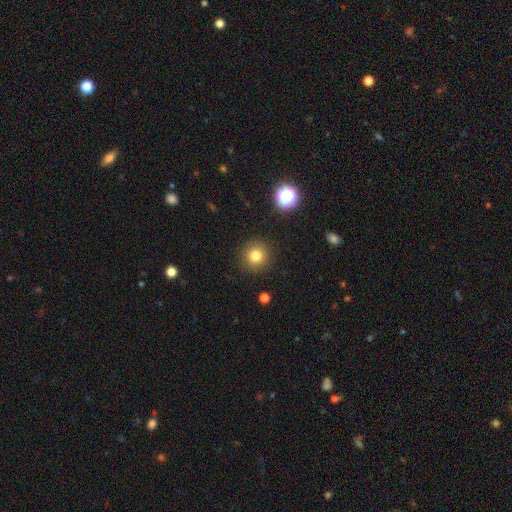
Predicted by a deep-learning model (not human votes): Morphology: type=smooth (80%); roundness=round (93%); merging=none (90%).